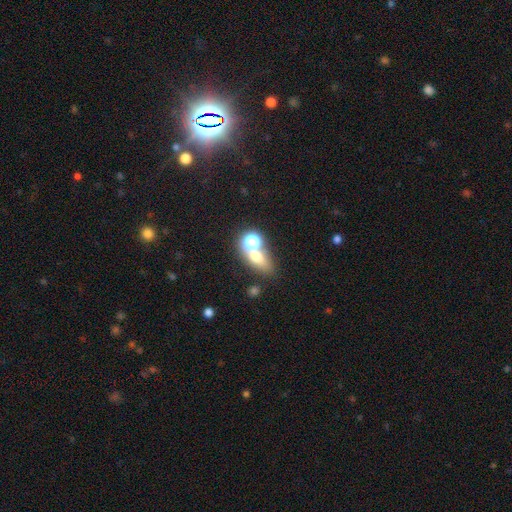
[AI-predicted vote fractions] This is likely a smooth galaxy (61%). How rounded: possibly in between (59%). Merging: possibly none (47%).